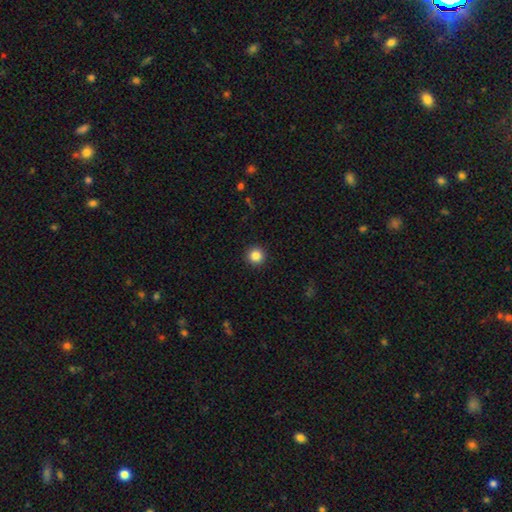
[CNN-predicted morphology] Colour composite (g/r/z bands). It shows a smooth galaxy with no disk features (86%) that is round (96%). Merging: none (93%).